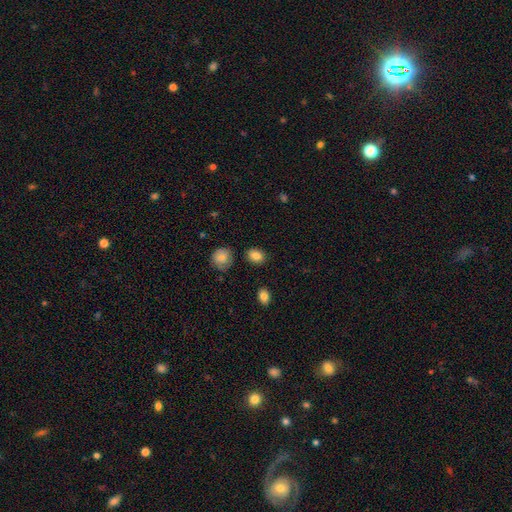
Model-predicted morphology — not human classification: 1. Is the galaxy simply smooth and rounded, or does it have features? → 85% smooth, 9% star or artifact, 6% featured or disk.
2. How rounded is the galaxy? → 70% in between, 29% round, 1% cigar-shaped.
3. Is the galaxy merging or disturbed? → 85% none, 10% minor disturbance, 3% major disturbance, 2% merger.